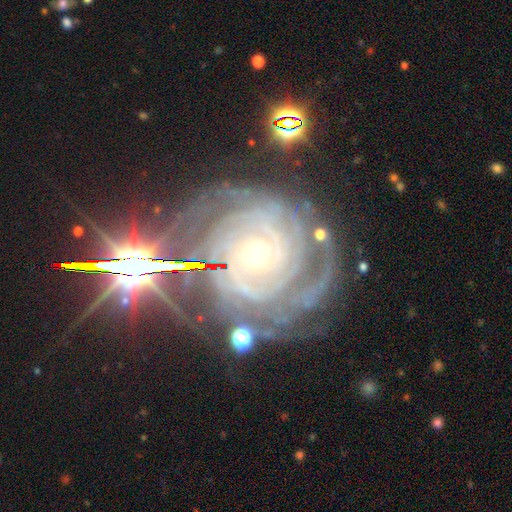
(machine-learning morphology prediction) Smooth or featured? featured or disk (89%)
Edge-on disk? no (97%)
Bar? no (77%)
Spiral arms? yes (98%)
Spiral winding? tight (81%)
Spiral arm count? 3 (21%)
Bulge size? small (70%)
Merging? none (69%)